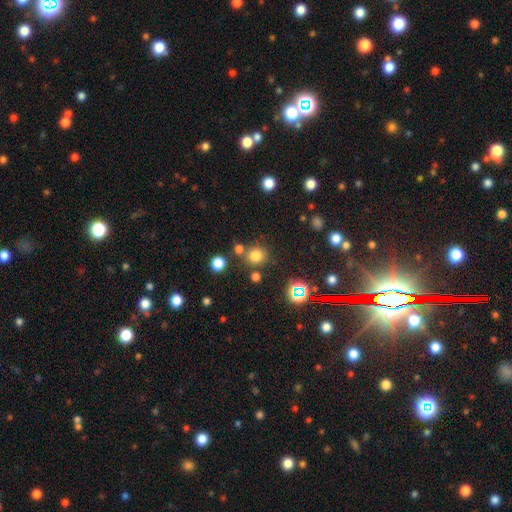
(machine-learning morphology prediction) Smooth or featured?
  - smooth: 74% *
  - star or artifact: 20%
  - featured or disk: 6%
How rounded?
  - round: 89% *
  - in between: 10%
  - cigar-shaped: 1%
Merging?
  - none: 75% *
  - merger: 12%
  - minor disturbance: 9%
  - major disturbance: 4%